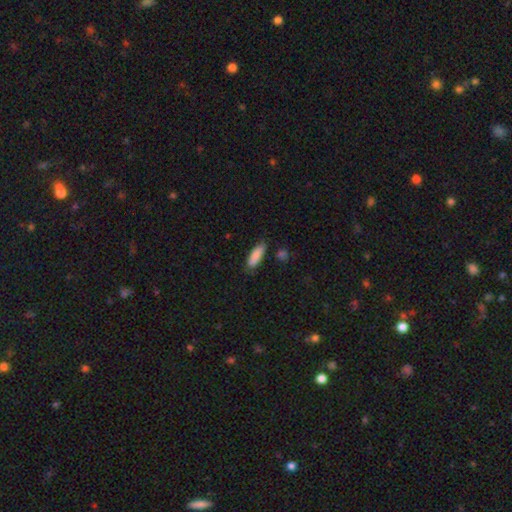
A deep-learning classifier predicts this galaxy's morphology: Q: Smooth or featured?
A: smooth (86%); runner-up: featured or disk (8%)
Q: How rounded?
A: in between (62%); runner-up: cigar-shaped (36%)
Q: Merging?
A: none (76%); runner-up: minor disturbance (17%)